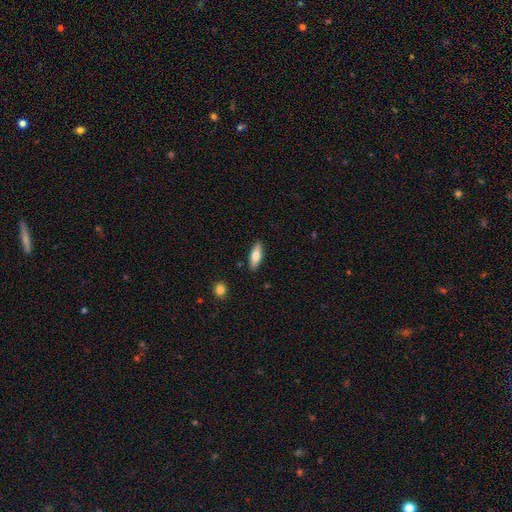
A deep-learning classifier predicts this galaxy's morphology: Smooth or featured?
  - smooth: 72% *
  - featured or disk: 22%
  - star or artifact: 6%
How rounded?
  - in between: 64% *
  - cigar-shaped: 34%
  - round: 2%
Merging?
  - none: 88% *
  - minor disturbance: 8%
  - major disturbance: 2%
  - merger: 2%